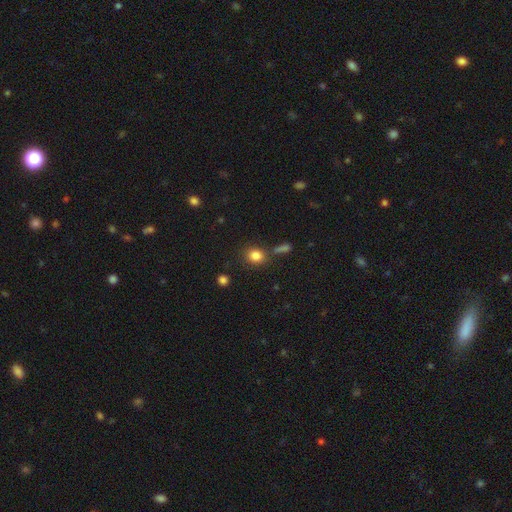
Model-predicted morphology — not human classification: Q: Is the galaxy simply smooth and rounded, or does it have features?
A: smooth — 83%.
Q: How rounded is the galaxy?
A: round — 65%.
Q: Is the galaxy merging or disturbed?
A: none — 75%.